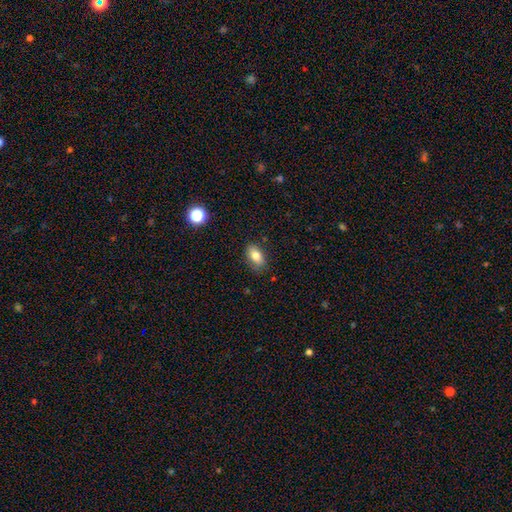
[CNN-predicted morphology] smooth-or-featured: smooth: 81% | featured or disk: 11% | star or artifact: 9%
  how-rounded: in between: 88% | round: 8% | cigar-shaped: 4%
  merging: none: 82% | minor disturbance: 14% | major disturbance: 3% | merger: 2%